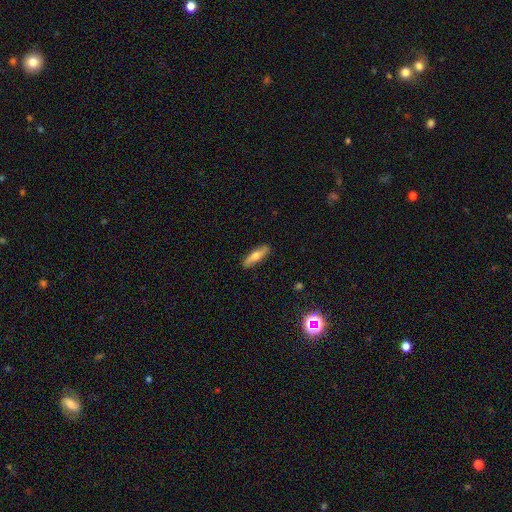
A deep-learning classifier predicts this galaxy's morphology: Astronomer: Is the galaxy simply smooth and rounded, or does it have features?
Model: smooth — 63%.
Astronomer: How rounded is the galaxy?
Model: cigar-shaped — 68%.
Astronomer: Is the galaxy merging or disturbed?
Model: none — 87%.